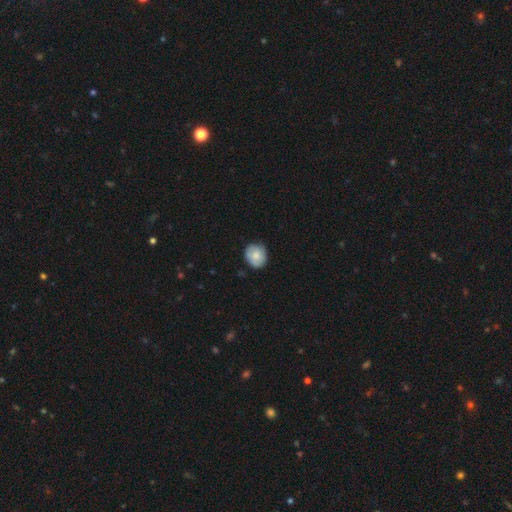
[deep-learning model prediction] smooth_or_featured: smooth (p=0.75) [alt: featured or disk p=0.18]
how_rounded: round (p=0.70) [alt: in between p=0.29]
merging: none (p=0.76) [alt: minor disturbance p=0.20]